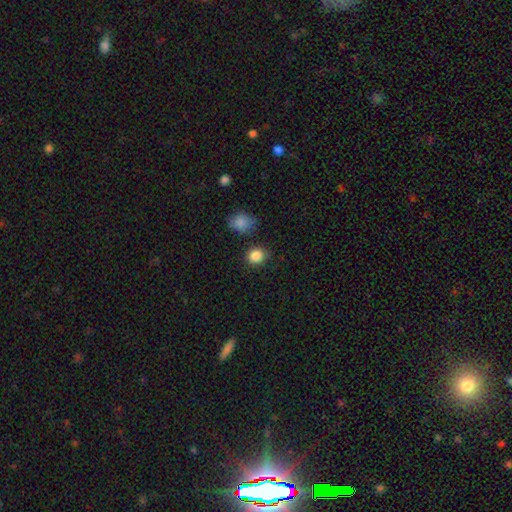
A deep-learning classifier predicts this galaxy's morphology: Q: Smooth or featured?
A: smooth (86%); runner-up: star or artifact (10%)
Q: How rounded?
A: round (76%); runner-up: in between (23%)
Q: Merging?
A: none (83%); runner-up: minor disturbance (10%)